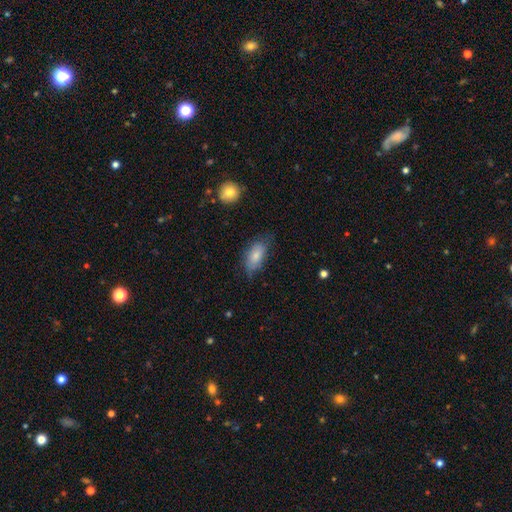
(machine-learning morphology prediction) Q: Smooth or featured?
A: smooth (77%); runner-up: featured or disk (16%)
Q: How rounded?
A: in between (90%); runner-up: cigar-shaped (6%)
Q: Merging?
A: none (62%); runner-up: minor disturbance (28%)